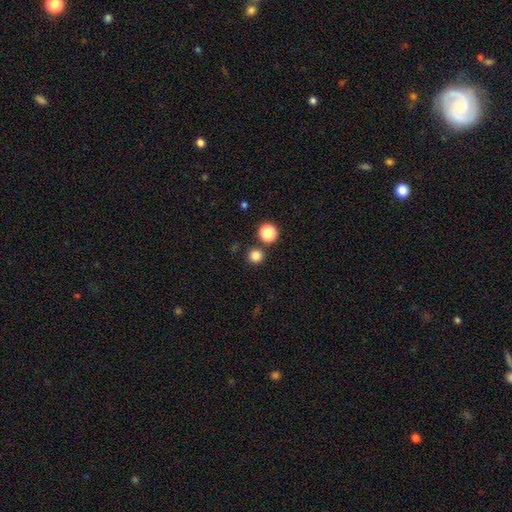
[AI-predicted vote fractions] A smooth galaxy with no disk features (82%) that is round (94%). Merging: none (84%).